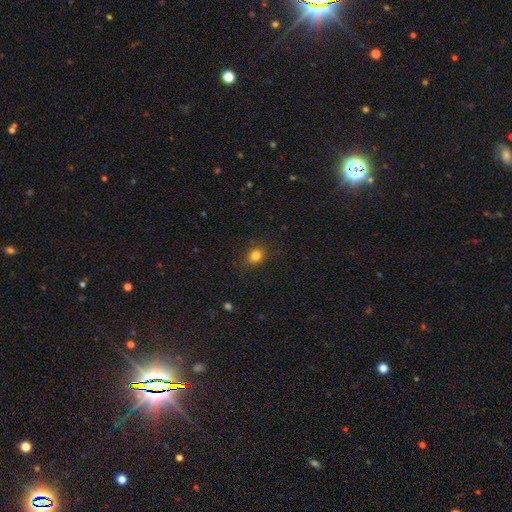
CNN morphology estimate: smooth_or_featured: smooth (p=0.81) [alt: star or artifact p=0.13]
how_rounded: round (p=0.69) [alt: in between p=0.30]
merging: none (p=0.84) [alt: minor disturbance p=0.12]